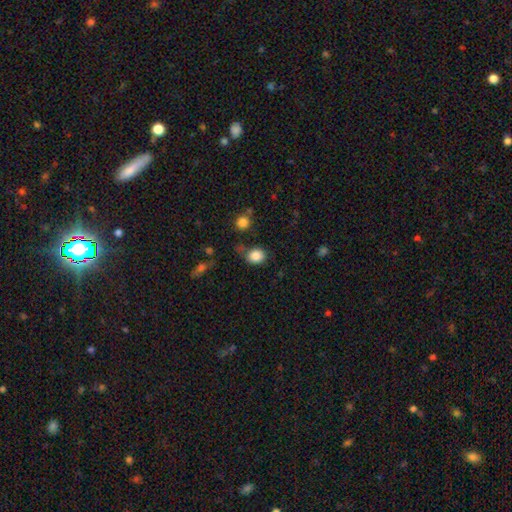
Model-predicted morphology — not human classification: Smooth or featured: smooth — 85% (star or artifact — 10%)
How rounded: round — 61% (in between — 38%)
Merging: none — 73% (minor disturbance — 16%)